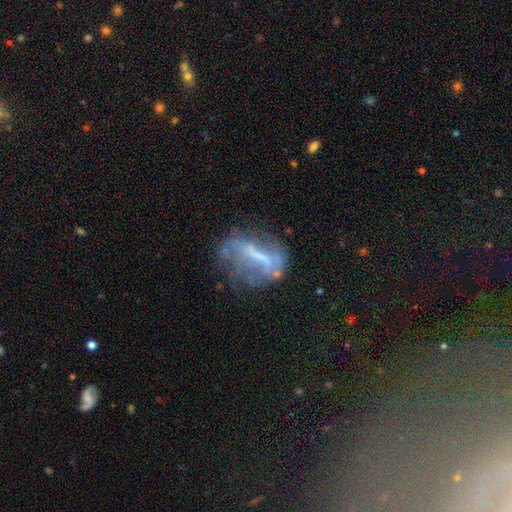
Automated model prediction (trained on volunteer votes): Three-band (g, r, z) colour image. It shows a featured or disk galaxy (60%) with a strong bar (44%), no spiral arms (67%) and no central bulge (47%). Merging: none (45%).